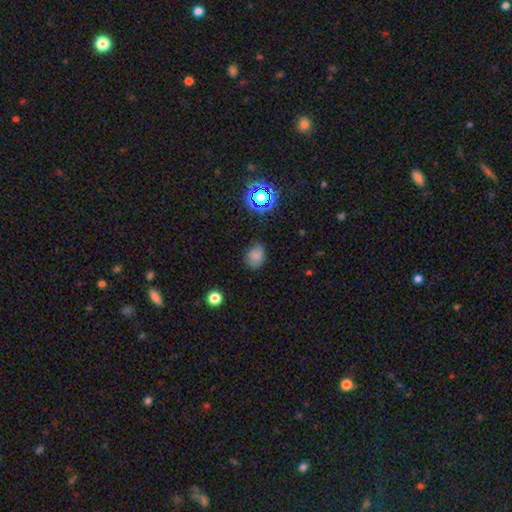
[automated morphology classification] Smooth or featured? Predicted: smooth (p=0.74). How rounded? Predicted: in between (p=0.55). Merging? Predicted: none (p=0.71).